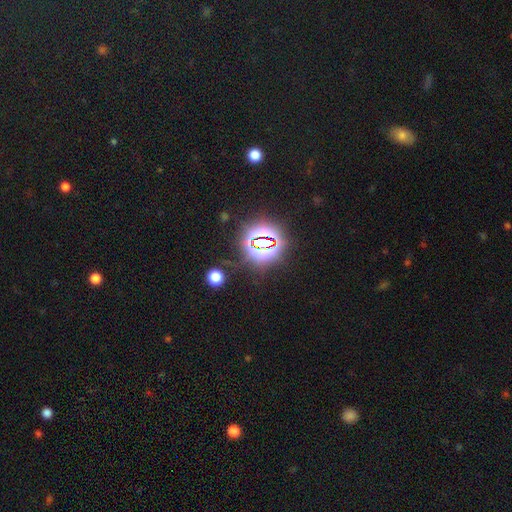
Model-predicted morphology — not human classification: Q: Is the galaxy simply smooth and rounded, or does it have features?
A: star or artifact — 77%.